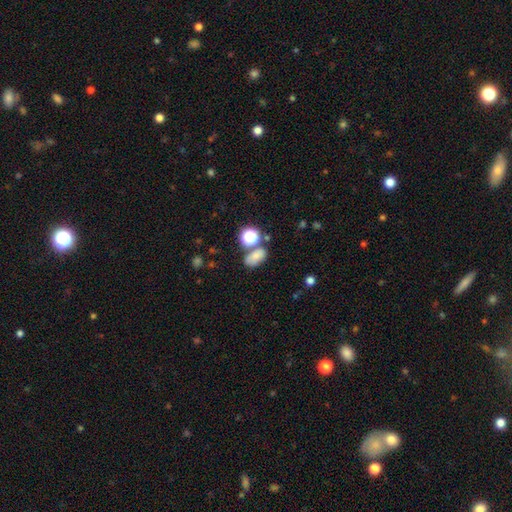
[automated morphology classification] Overall: smooth (72%). How rounded: in between (81%). Merging: none (56%; merger 21%).